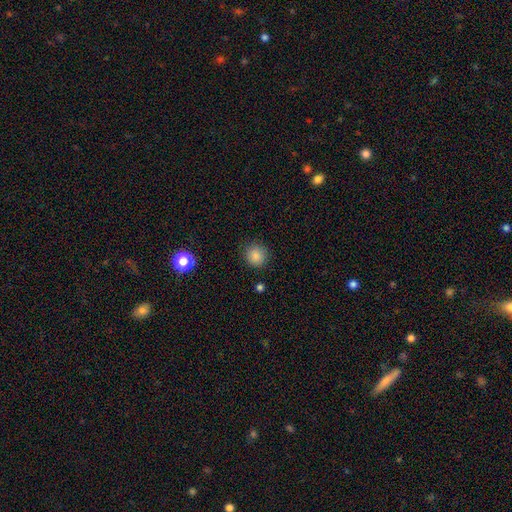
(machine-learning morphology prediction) Smooth or featured? smooth (86%)
How rounded? round (92%)
Merging? none (88%)